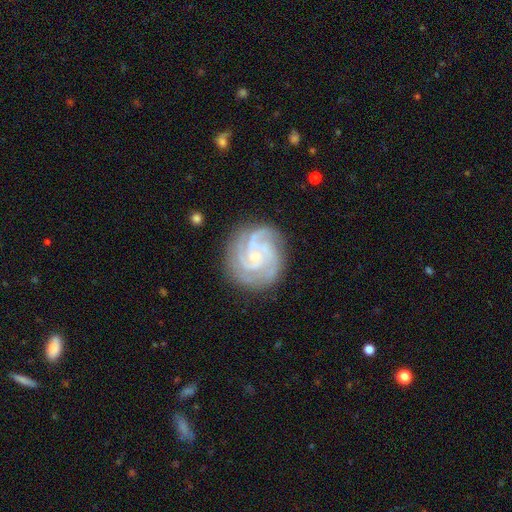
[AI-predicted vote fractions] smooth_or_featured: featured or disk (p=0.90) [alt: star or artifact p=0.05]
disk_edge_on: no (p=0.98) [alt: yes p=0.02]
bar: no (p=0.68) [alt: weak p=0.25]
has_spiral_arms: yes (p=0.99) [alt: no p=0.01]
spiral_winding: tight (p=0.73) [alt: medium p=0.25]
spiral_arm_count: 3 (p=0.42) [alt: 4 p=0.29]
bulge_size: small (p=0.74) [alt: moderate p=0.19]
merging: none (p=0.82) [alt: minor disturbance p=0.14]